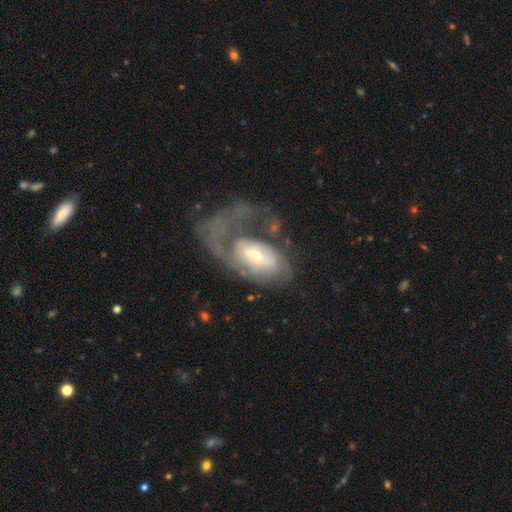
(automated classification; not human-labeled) smooth-or-featured: featured or disk: 72% | smooth: 21% | star or artifact: 6%
  disk-edge-on: no: 95% | yes: 5%
    bar: no: 46% | weak: 40% | strong: 13%
    has-spiral-arms: yes: 74% | no: 26%
      spiral-winding: medium: 34% (tied) | loose: 34% (tied) | tight: 32%
      spiral-arm-count: 1: 44% | can't tell: 27% | 2: 22% | 3: 4% | 4: 2% | more than 4: 2%
    bulge-size: small: 46% (tied) | moderate: 46% (tied) | large: 5% | none: 1% | dominant: 1%
  merging: major disturbance: 63% | none: 16% | minor disturbance: 12% | merger: 9%